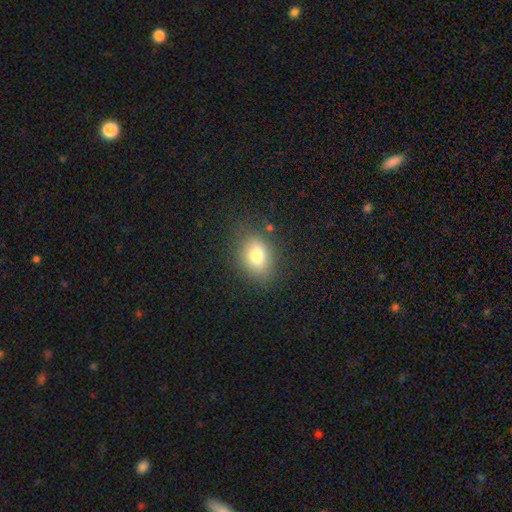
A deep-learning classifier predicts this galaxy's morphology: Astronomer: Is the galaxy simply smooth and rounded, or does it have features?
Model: smooth — 76%.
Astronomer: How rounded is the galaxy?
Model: in between — 64%.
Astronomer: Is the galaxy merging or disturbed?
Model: none — 81%.